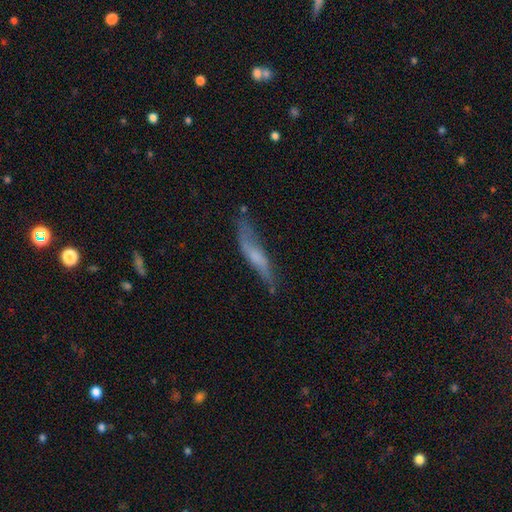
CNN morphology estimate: The model was most divided on "smooth or featured": featured or disk: 49%, smooth: 43%, star or artifact: 8%. More confident: merging — none (57%).